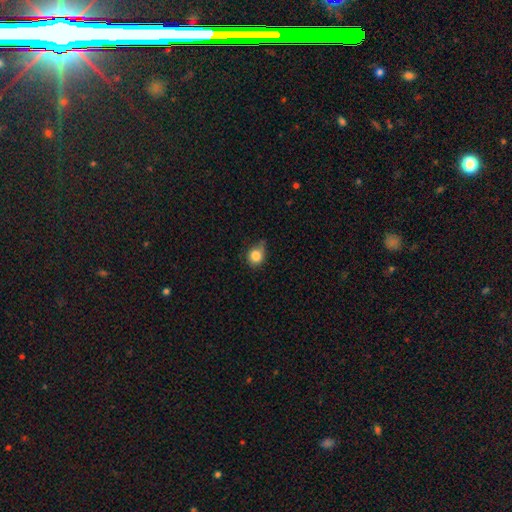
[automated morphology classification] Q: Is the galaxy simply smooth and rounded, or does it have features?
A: smooth — 82%.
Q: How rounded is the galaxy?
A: round — 74%.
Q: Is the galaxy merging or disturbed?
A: none — 50%.